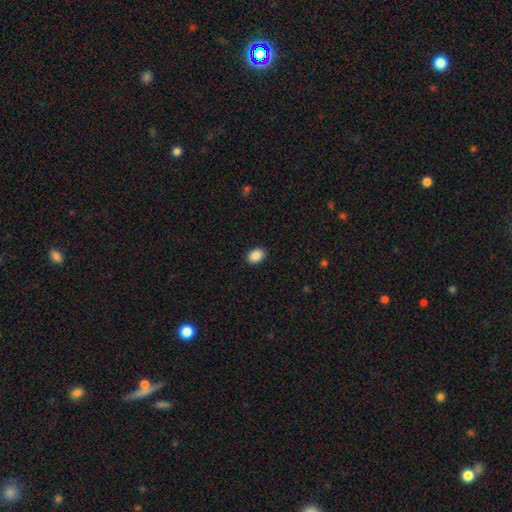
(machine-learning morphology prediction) This is clearly a smooth galaxy (89%). How rounded: likely in between (68%). Merging: clearly none (90%).